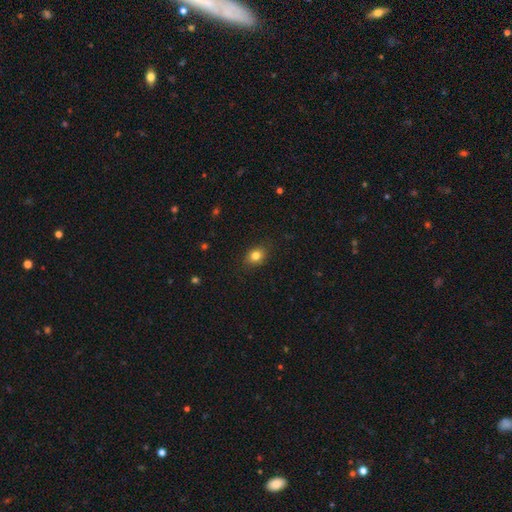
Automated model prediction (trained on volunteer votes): Smooth or featured? Predicted: smooth (p=0.82). How rounded? Predicted: round (p=0.50). Merging? Predicted: none (p=0.86).